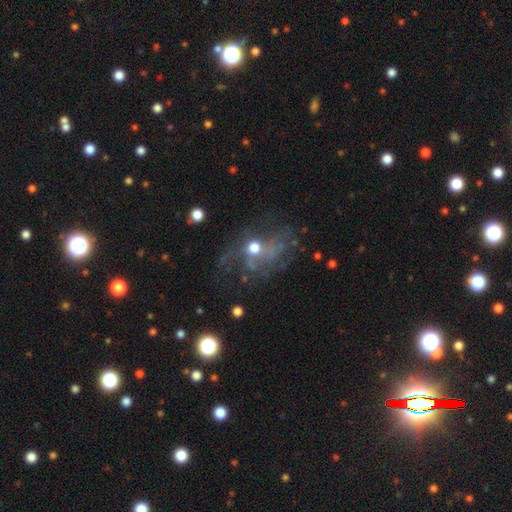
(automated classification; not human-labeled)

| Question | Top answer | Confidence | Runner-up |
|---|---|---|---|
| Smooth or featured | featured or disk | 56% | smooth (23%) |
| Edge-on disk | no | 95% | yes (5%) |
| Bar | no | 82% | weak (15%) |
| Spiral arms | no | 53% | yes (47%) |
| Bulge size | moderate | 55% | small (34%) |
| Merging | none | 46% | major disturbance (32%) |